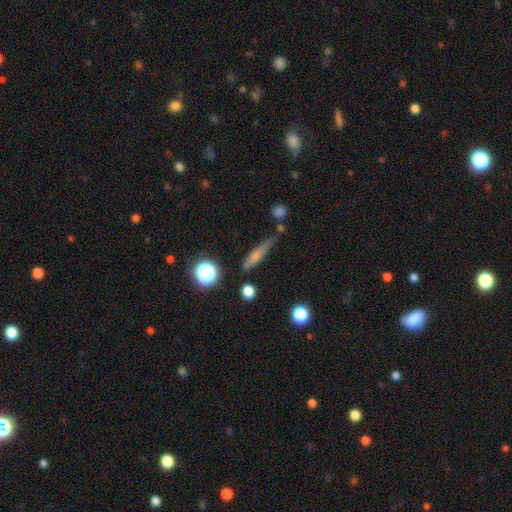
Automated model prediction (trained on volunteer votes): Smooth or featured? Predicted: smooth (p=0.64). How rounded? Predicted: cigar-shaped (p=0.81). Merging? Predicted: none (p=0.72).